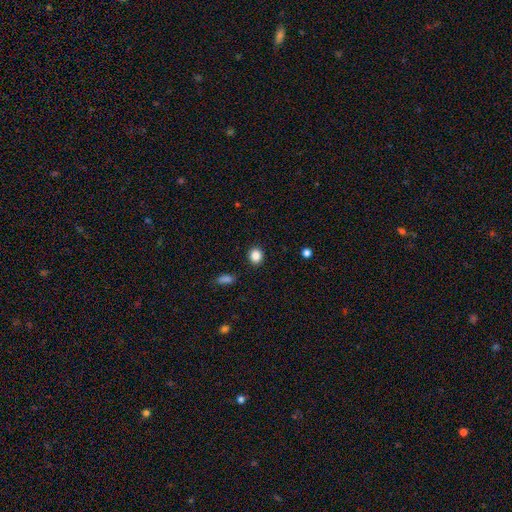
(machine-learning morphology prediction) A smooth galaxy with no disk features (86%) that is round (75%).

Vote fractions:
- Smooth or featured? smooth: 86% / star or artifact: 10% / featured or disk: 4%
- How rounded? round: 75% / in between: 24% / cigar-shaped: 1%
- Merging? none: 91% / minor disturbance: 6% / major disturbance: 2% / merger: 1%